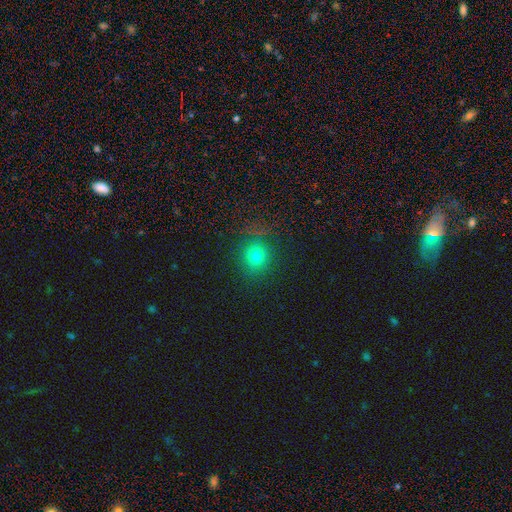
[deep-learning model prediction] The model was most divided on "smooth or featured": smooth: 75%, star or artifact: 18%, featured or disk: 7%. More confident: how rounded — round (87%); merging — none (85%).